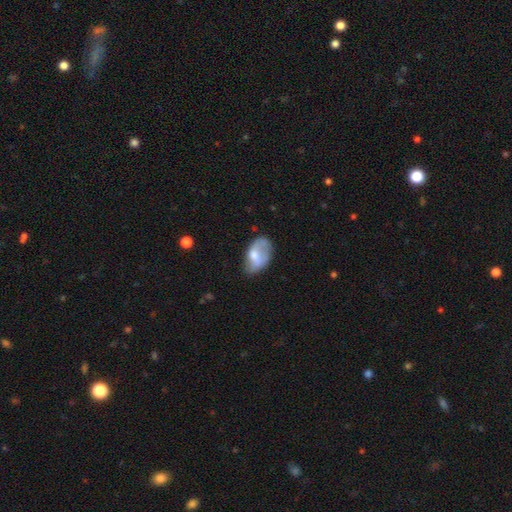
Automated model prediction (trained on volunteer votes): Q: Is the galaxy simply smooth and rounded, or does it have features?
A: smooth — 54%.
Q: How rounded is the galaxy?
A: in between — 91%.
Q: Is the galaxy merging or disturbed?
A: none — 51%.